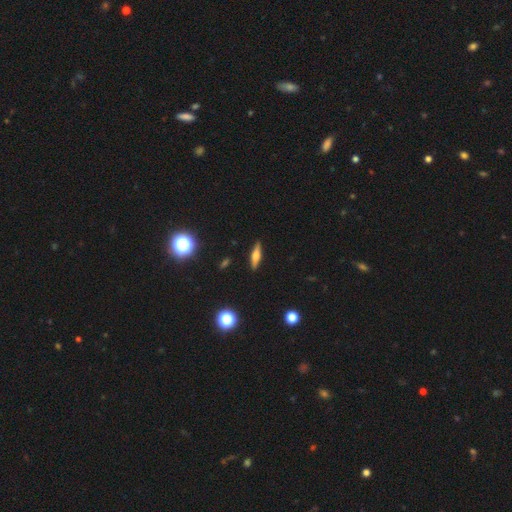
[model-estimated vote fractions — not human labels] Smooth or featured? Predicted: featured or disk (p=0.48). Merging? Predicted: none (p=0.90).